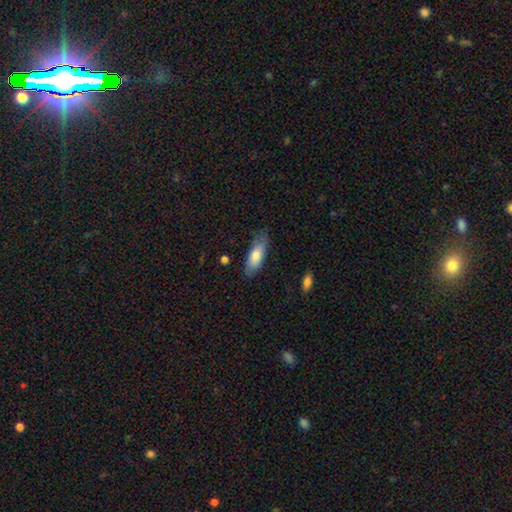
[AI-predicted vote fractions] Overall: smooth (76%). How rounded: in between (61%; cigar-shaped 37%). Merging: none (76%).